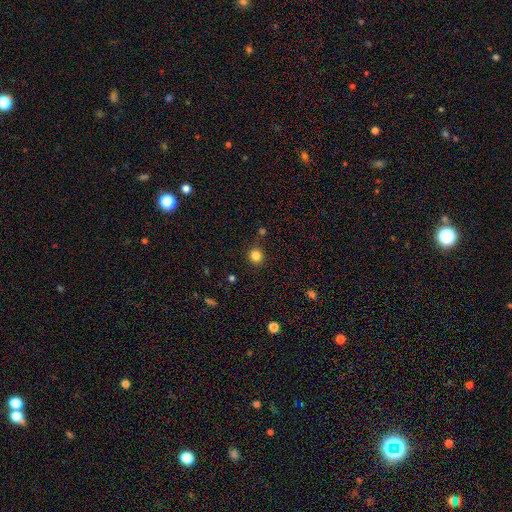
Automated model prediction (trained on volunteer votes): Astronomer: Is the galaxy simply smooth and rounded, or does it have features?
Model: smooth — 84%.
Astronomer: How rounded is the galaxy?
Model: round — 92%.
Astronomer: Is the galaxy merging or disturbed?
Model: none — 87%.